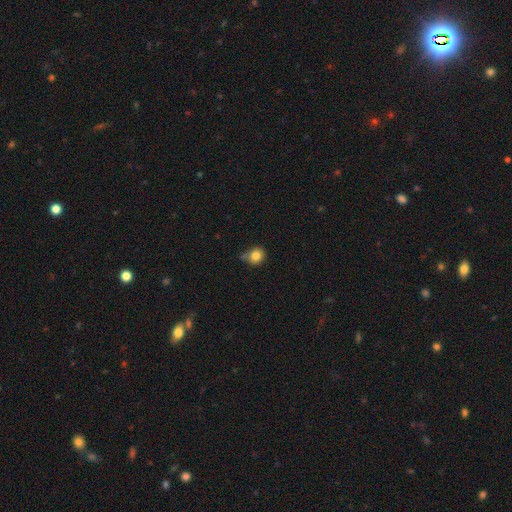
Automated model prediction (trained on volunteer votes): Overall: smooth (82%). How rounded: round (84%). Merging: none (60%; minor disturbance 25%).